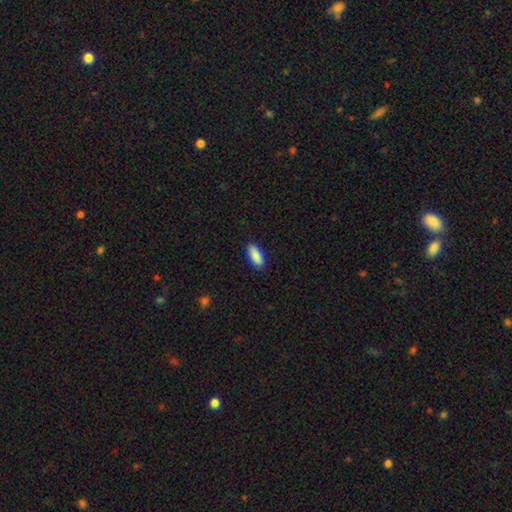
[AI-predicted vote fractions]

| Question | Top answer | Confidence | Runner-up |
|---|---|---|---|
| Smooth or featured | smooth | 90% | star or artifact (6%) |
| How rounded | in between | 78% | cigar-shaped (20%) |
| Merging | none | 89% | minor disturbance (9%) |